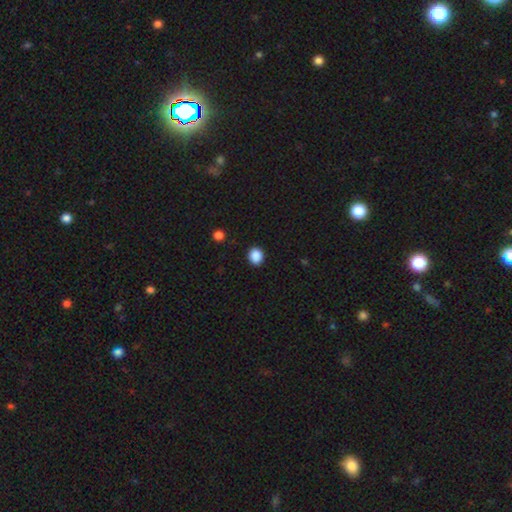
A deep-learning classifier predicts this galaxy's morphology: Smooth or featured?
  - smooth: 88% *
  - star or artifact: 9%
  - featured or disk: 3%
How rounded?
  - round: 69% *
  - in between: 30%
  - cigar-shaped: 1%
Merging?
  - none: 91% *
  - minor disturbance: 6%
  - major disturbance: 2%
  - merger: 1%